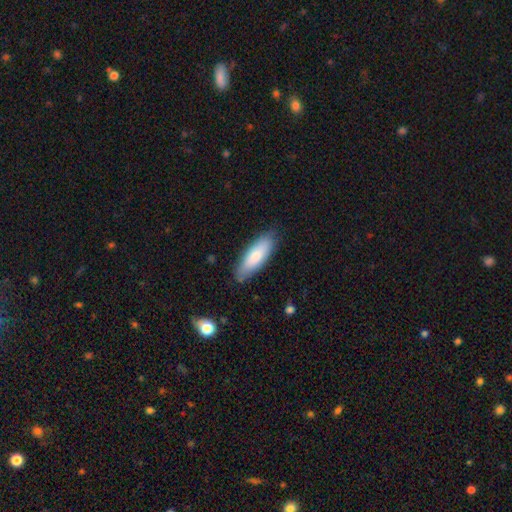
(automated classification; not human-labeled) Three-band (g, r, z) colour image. It shows a smooth galaxy with no disk features (77%) that is in between round and cigar-shaped (58%). Merging: none (83%).